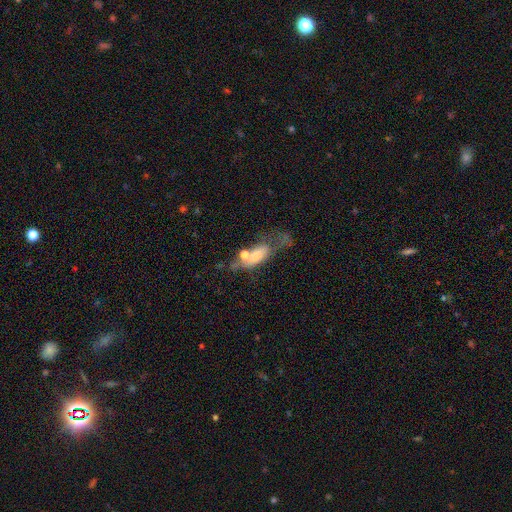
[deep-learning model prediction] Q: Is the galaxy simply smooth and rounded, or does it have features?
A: smooth — 59%.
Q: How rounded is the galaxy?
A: in between — 76%.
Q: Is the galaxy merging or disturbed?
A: major disturbance — 34%.